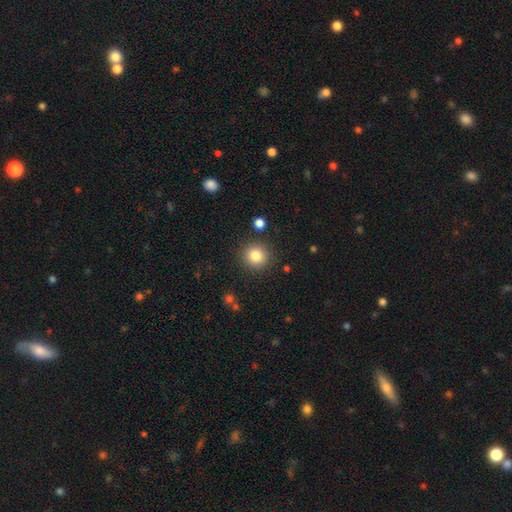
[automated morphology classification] This appears to be a smooth galaxy with no disk features (82%) that is round (93%). Merging: none (89%).